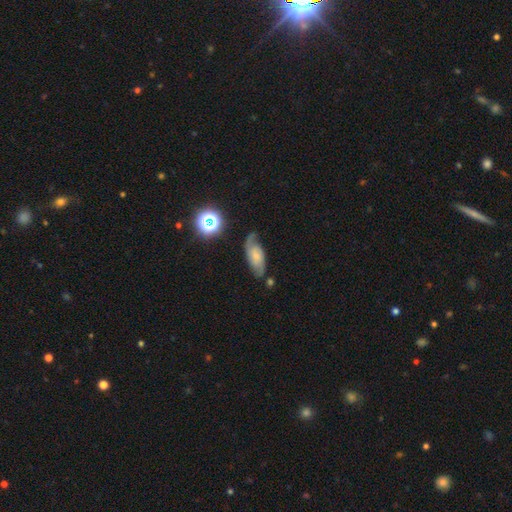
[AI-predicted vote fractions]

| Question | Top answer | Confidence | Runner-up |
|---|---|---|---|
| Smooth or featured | featured or disk | 64% | smooth (26%) |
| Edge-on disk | no | 93% | yes (7%) |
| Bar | no | 63% | weak (30%) |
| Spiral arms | yes | 93% | no (7%) |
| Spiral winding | medium | 44% | loose (33%) |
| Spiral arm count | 2 | 77% | 1 (10%) |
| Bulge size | small | 50% | moderate (26%) |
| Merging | none | 61% | minor disturbance (25%) |